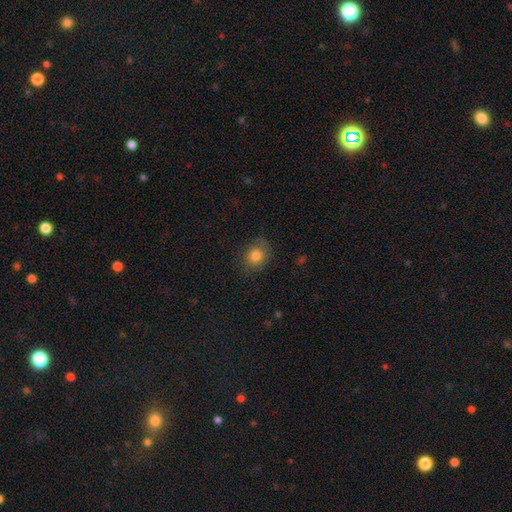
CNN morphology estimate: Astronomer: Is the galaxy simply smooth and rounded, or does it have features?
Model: smooth — 80%.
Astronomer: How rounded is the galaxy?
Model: round — 62%.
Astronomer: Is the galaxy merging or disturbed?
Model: none — 77%.